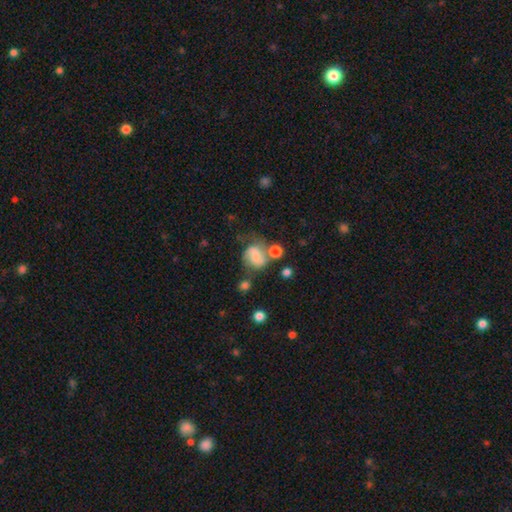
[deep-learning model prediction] Smooth or featured? Predicted: featured or disk (p=0.48). Merging? Predicted: none (p=0.45).